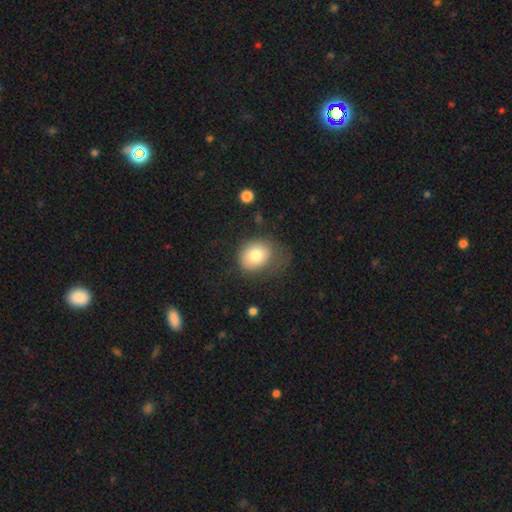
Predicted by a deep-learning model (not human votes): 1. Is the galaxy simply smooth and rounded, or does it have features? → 78% smooth, 12% featured or disk, 10% star or artifact.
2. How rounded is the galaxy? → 57% round, 43% in between, 1% cigar-shaped.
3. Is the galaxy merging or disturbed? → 54% none, 26% minor disturbance, 17% major disturbance, 2% merger.